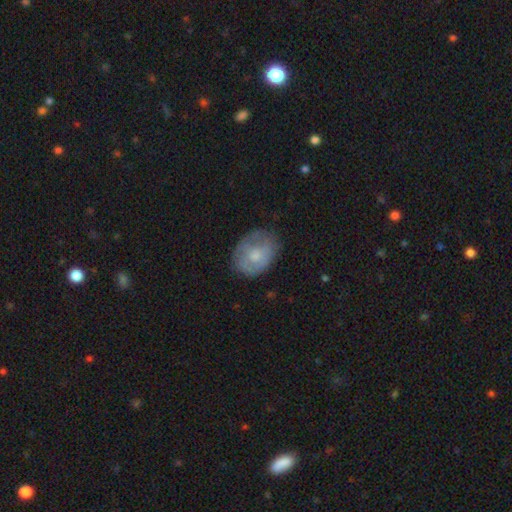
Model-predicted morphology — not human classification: The model was most divided on "how rounded": in between: 60%, round: 39%, cigar-shaped: 1%. More confident: merging — none (63%); smooth or featured — smooth (59%).